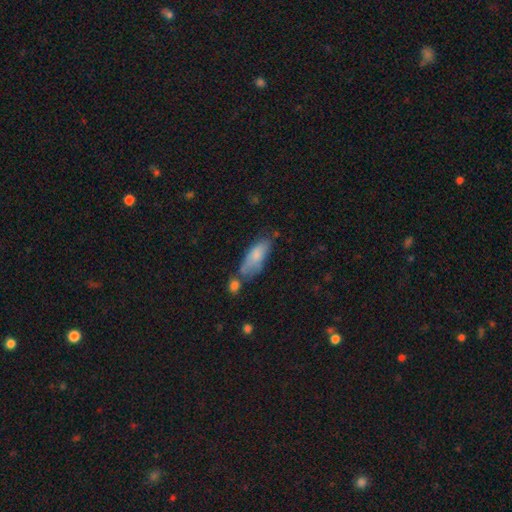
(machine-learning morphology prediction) This appears to be a smooth galaxy with no disk features (78%) that is in between round and cigar-shaped (72%). Merging: none (47%).